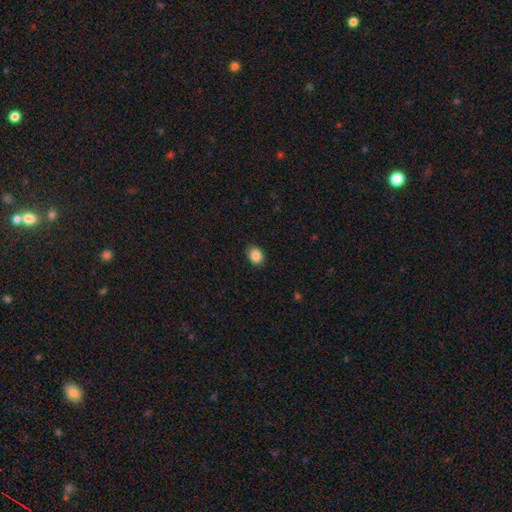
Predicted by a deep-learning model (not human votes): A smooth galaxy with no disk features (88%) that is in between round and cigar-shaped (53%). Merging: none (86%).